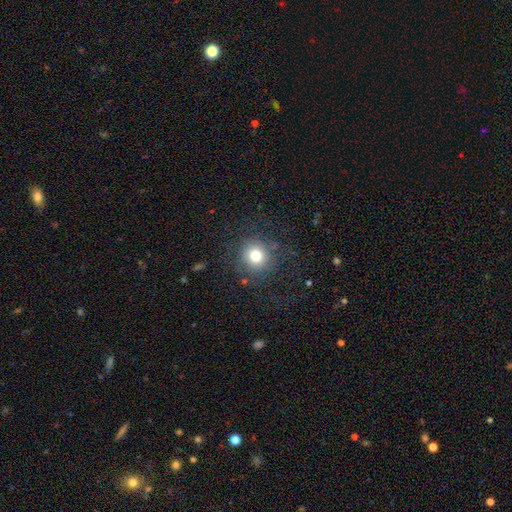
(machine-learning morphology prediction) The model was most divided on "smooth or featured": smooth: 74%, featured or disk: 13%, star or artifact: 13%. More confident: how rounded — round (89%); merging — none (78%).